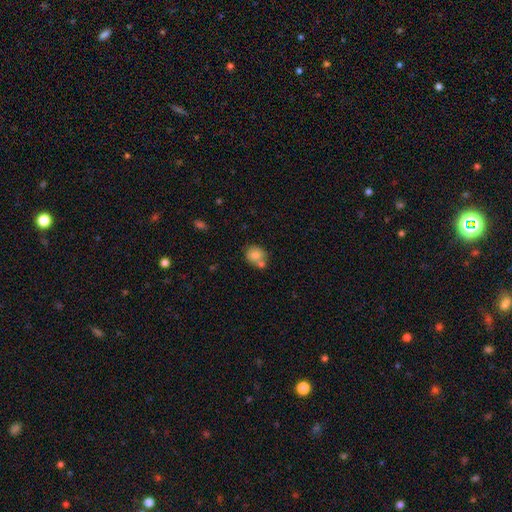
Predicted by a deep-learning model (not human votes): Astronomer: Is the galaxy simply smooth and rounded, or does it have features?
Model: smooth — 80%.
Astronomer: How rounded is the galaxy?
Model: round — 58% (runner-up: in between, 41%).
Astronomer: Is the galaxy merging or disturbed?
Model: none — 50% (runner-up: merger, 30%).